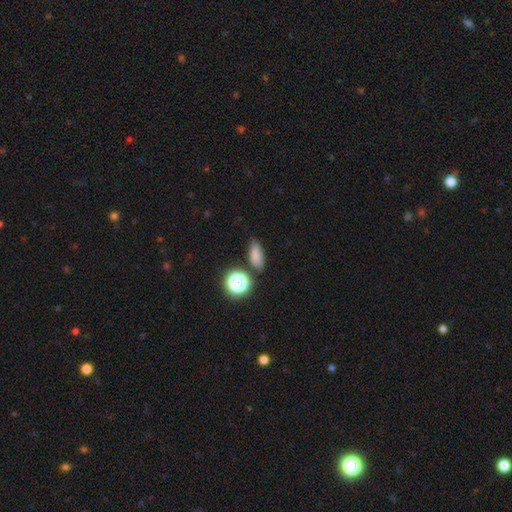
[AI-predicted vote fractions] Morphology: type=smooth (77%); roundness=in between (74%); merging=none (73%).